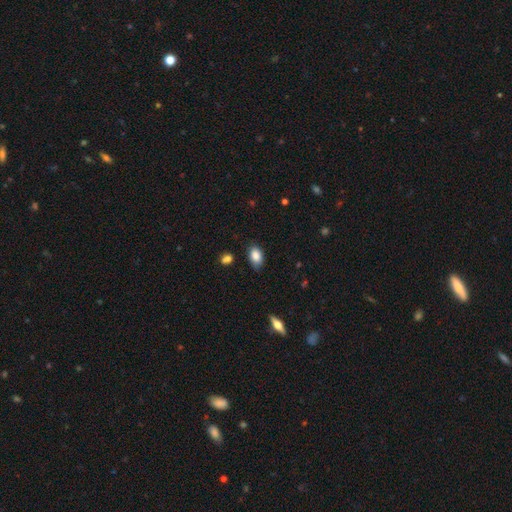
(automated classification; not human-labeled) Overall: smooth (86%). How rounded: in between (87%). Merging: none (78%).